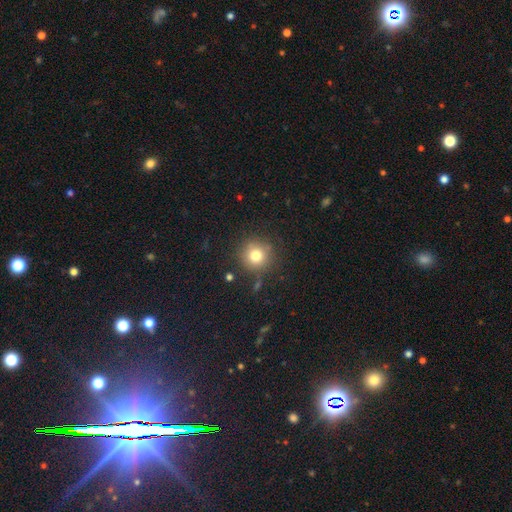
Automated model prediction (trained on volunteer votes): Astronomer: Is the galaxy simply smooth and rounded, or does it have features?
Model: smooth — 77%.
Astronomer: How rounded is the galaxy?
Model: round — 93%.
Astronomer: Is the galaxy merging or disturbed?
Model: none — 85%.